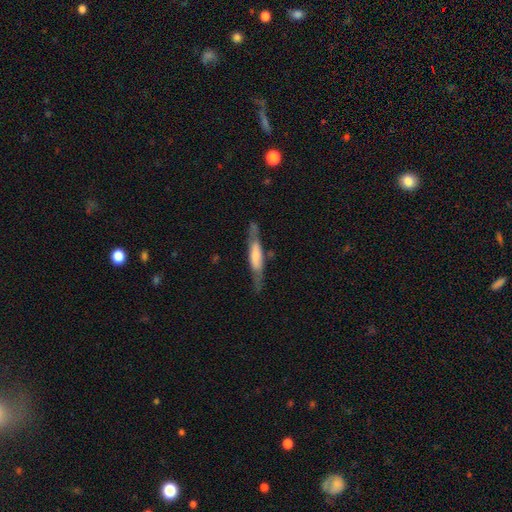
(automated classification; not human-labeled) smooth_or_featured: smooth (p=0.49) [alt: featured or disk p=0.45]
merging: none (p=0.69) [alt: minor disturbance p=0.20]